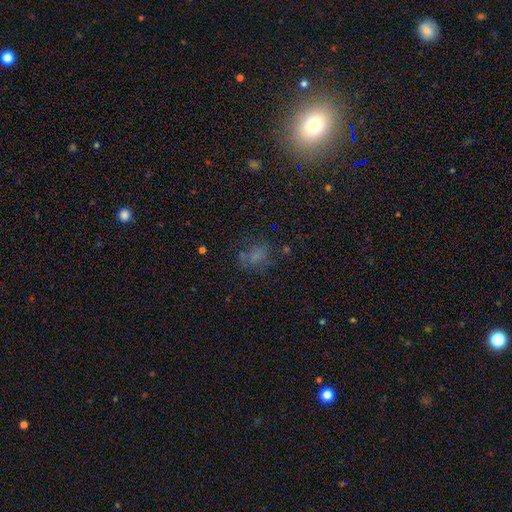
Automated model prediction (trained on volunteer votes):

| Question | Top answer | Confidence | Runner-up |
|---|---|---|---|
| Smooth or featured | smooth | 57% | star or artifact (27%) |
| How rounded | in between | 58% | round (39%) |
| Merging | none | 59% | minor disturbance (20%) |